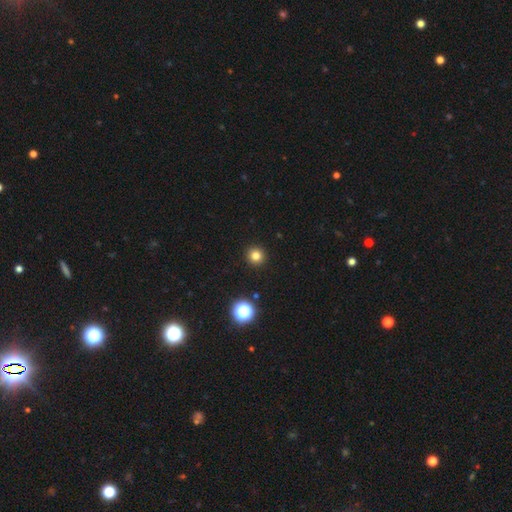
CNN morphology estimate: This is likely a smooth galaxy (80%). How rounded: clearly round (95%). Merging: clearly none (93%).